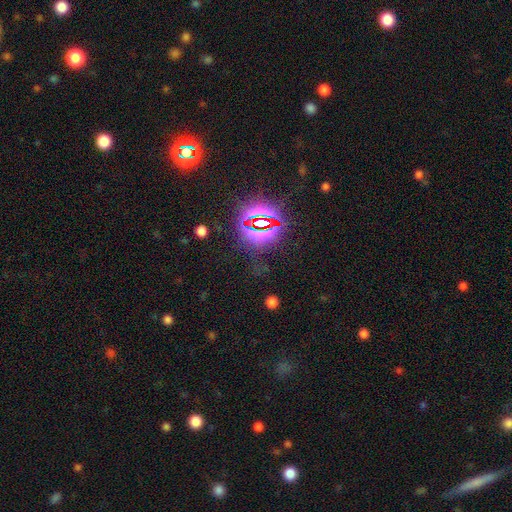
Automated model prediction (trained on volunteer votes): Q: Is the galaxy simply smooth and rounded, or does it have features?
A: star or artifact — 80%.